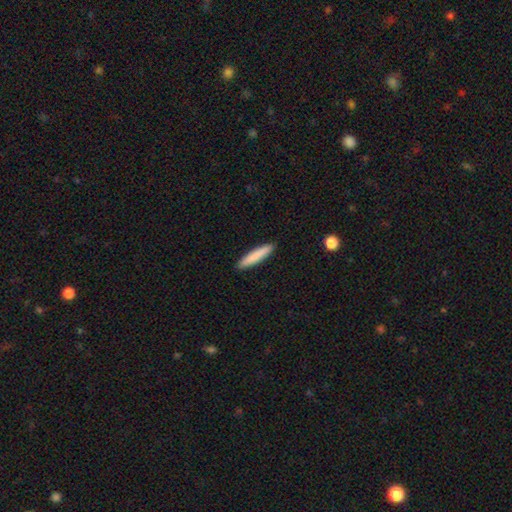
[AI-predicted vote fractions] The model was most divided on "smooth or featured": smooth: 85%, featured or disk: 10%, star or artifact: 5%. More confident: merging — none (92%); how rounded — cigar-shaped (91%).